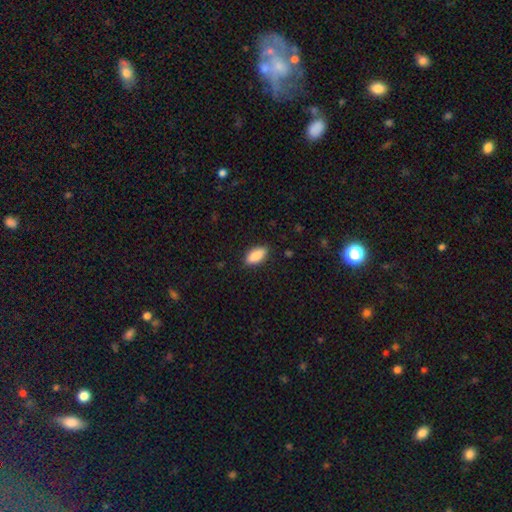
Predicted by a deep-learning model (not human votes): A smooth galaxy with no disk features (86%) that is in between round and cigar-shaped (87%).

Vote fractions:
- Smooth or featured? smooth: 86% / featured or disk: 7% / star or artifact: 6%
- How rounded? in between: 87% / cigar-shaped: 11% / round: 2%
- Merging? none: 87% / minor disturbance: 10% / major disturbance: 2% / merger: 1%